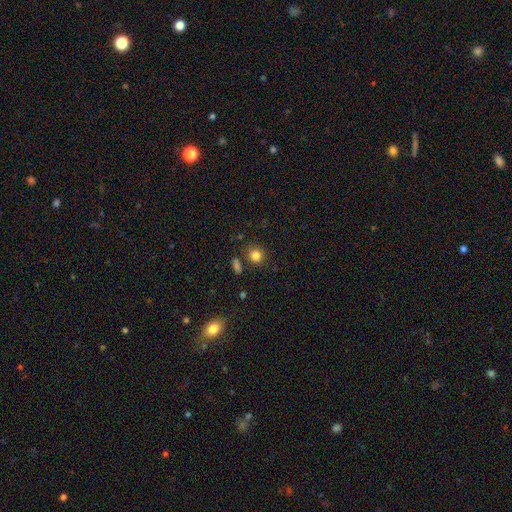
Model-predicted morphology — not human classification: A smooth galaxy with no disk features (83%) that is round (82%). Merging: none (81%).